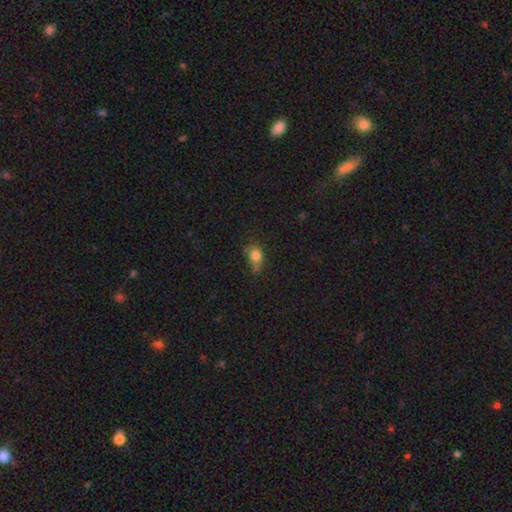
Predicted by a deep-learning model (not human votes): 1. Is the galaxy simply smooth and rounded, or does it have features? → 79% smooth, 11% star or artifact, 10% featured or disk.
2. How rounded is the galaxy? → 65% in between, 32% round, 3% cigar-shaped.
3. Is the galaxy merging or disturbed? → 52% none, 31% minor disturbance, 10% major disturbance, 7% merger.